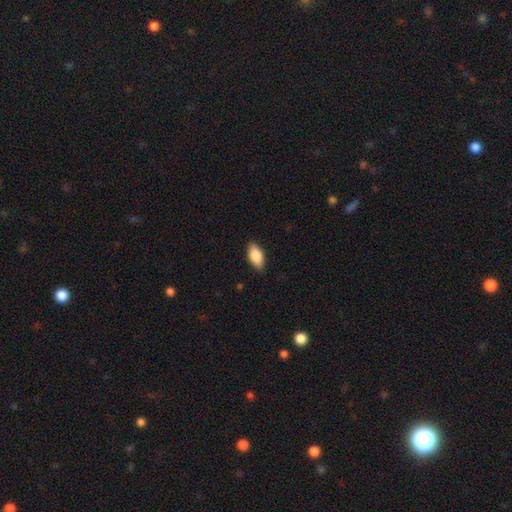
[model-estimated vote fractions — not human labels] smooth 85%, featured or disk 9%, star or artifact 6%. Down the decision tree: how rounded — in between (91%); merging — none (86%).